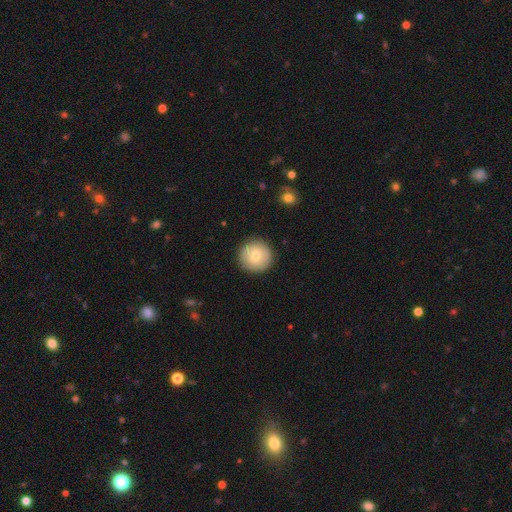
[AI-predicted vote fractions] Smooth or featured: smooth — 74% (featured or disk — 18%)
How rounded: round — 96% (in between — 3%)
Merging: none — 91% (minor disturbance — 6%)